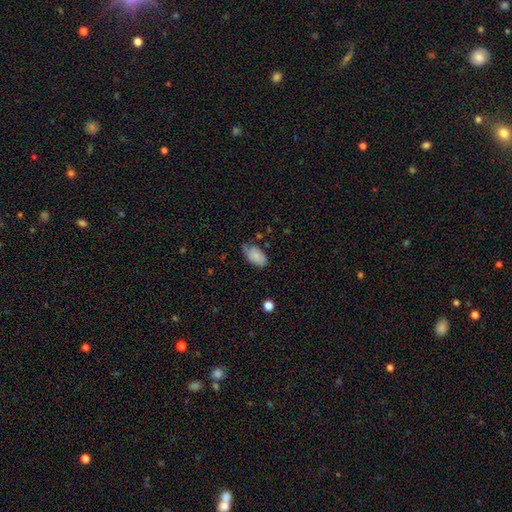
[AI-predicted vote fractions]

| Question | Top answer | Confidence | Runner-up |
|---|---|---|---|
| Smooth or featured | smooth | 78% | featured or disk (14%) |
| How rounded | in between | 93% | round (4%) |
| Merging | none | 58% | minor disturbance (31%) |